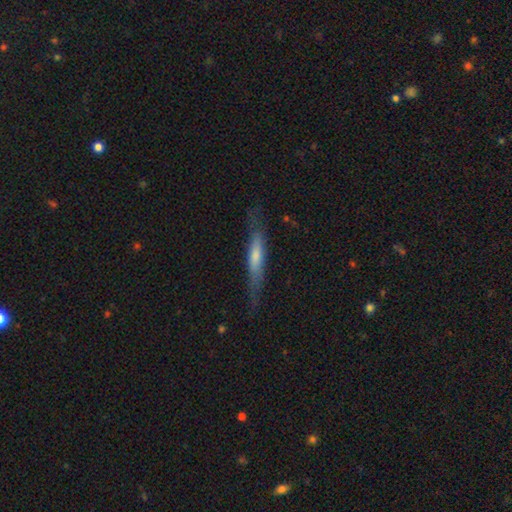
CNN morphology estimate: type=smooth (52%); roundness=cigar-shaped (88%); merging=none (73%).